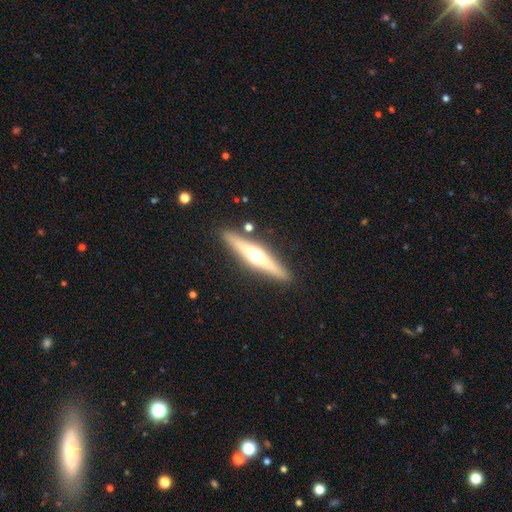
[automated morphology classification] featured or disk 66%, smooth 28%, star or artifact 6%. Down the decision tree: edge-on disk — yes (95%); edge-on bulge — rounded (94%); merging — none (88%).